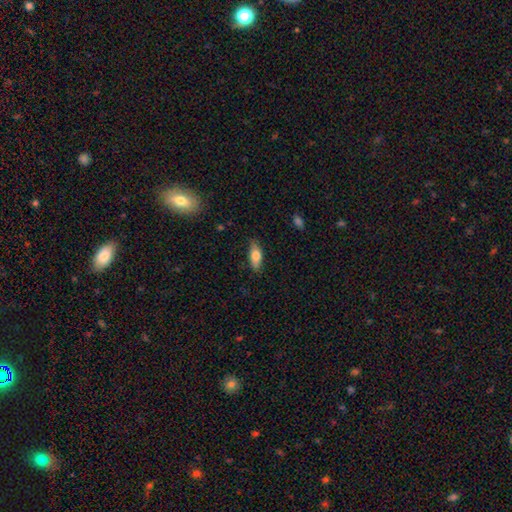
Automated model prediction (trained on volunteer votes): Smooth or featured? Predicted: smooth (p=0.72). How rounded? Predicted: in between (p=0.74). Merging? Predicted: none (p=0.82).